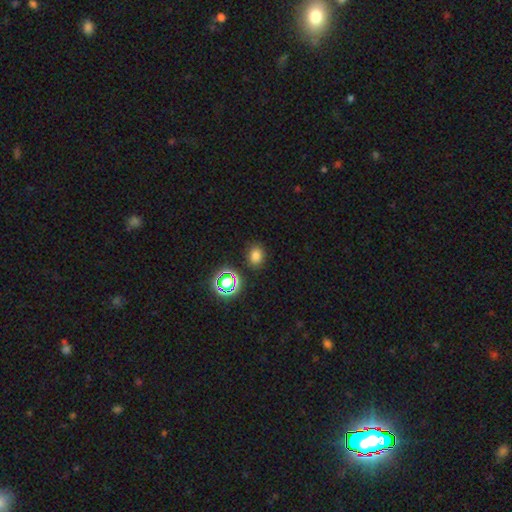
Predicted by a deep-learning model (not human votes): smooth 75%, star or artifact 20%, featured or disk 6%. Down the decision tree: how rounded — in between (51%); merging — none (85%).